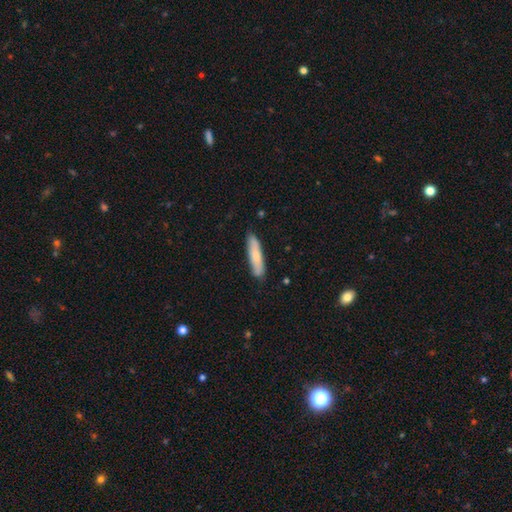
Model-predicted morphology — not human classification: smooth_or_featured: smooth (p=0.75) [alt: featured or disk p=0.20]
how_rounded: cigar-shaped (p=0.81) [alt: in between p=0.17]
merging: none (p=0.85) [alt: minor disturbance p=0.12]